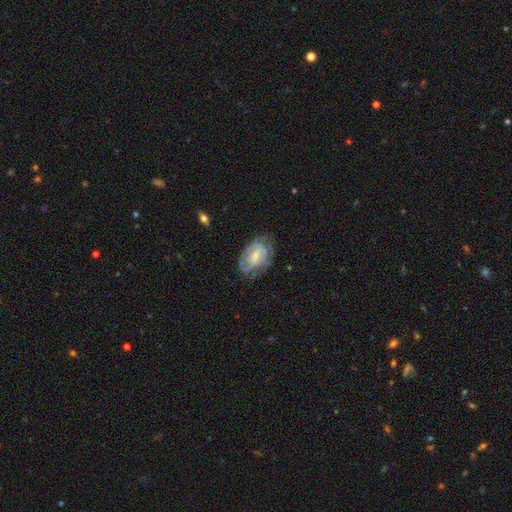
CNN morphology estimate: This appears to be a featured or disk galaxy (64%) with no bar (48%), spiral arms (74%) and a moderate central bulge (31%). Merging: none (58%).